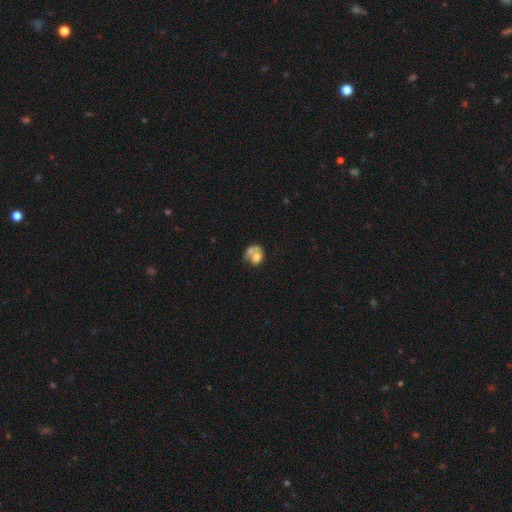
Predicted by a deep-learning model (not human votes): A smooth galaxy with no disk features (54%) that is in between round and cigar-shaped (52%). Merging: merger (54%).